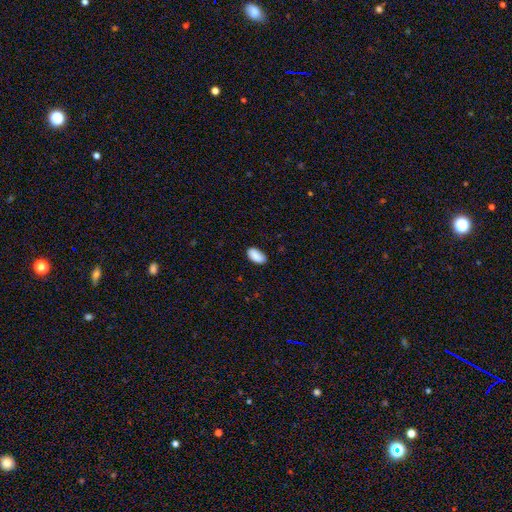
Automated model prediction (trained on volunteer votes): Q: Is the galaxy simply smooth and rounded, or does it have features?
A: smooth — 90%.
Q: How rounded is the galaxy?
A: in between — 95%.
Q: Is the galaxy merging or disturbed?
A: none — 82%.